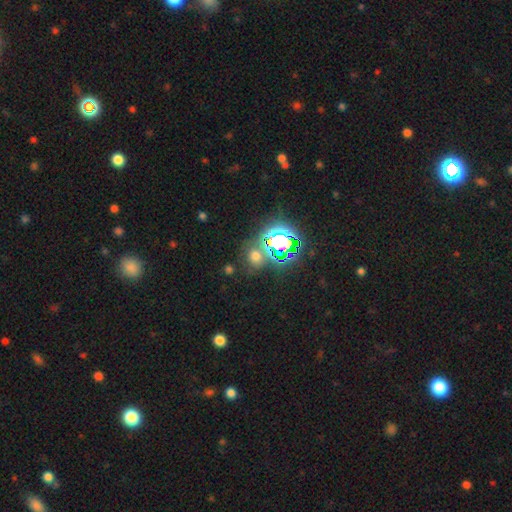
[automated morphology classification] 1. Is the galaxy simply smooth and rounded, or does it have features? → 47% star or artifact, 45% smooth, 9% featured or disk.